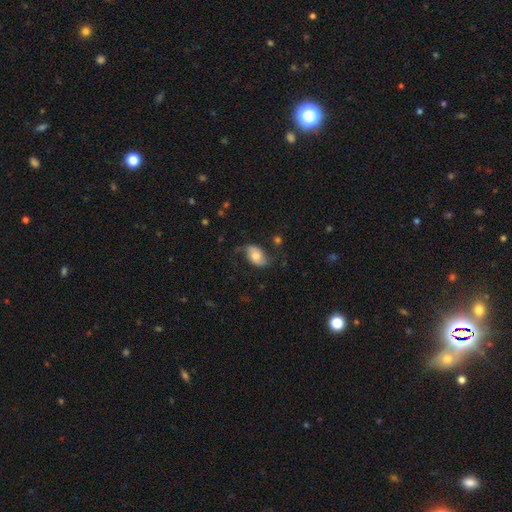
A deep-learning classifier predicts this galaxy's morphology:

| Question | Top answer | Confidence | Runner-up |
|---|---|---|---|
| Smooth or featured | smooth | 48% | featured or disk (44%) |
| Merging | none | 64% | minor disturbance (22%) |